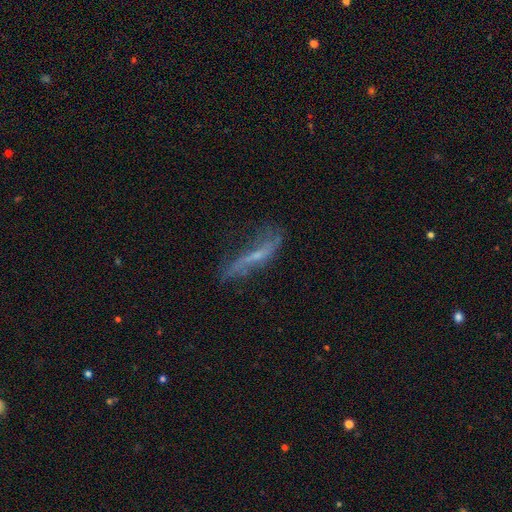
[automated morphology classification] Smooth or featured?
  - featured or disk: 61% *
  - smooth: 28%
  - star or artifact: 11%
Edge-on disk?
  - no: 57% *
  - yes: 43%
Merging?
  - none: 54% *
  - minor disturbance: 27%
  - major disturbance: 16%
  - merger: 3%